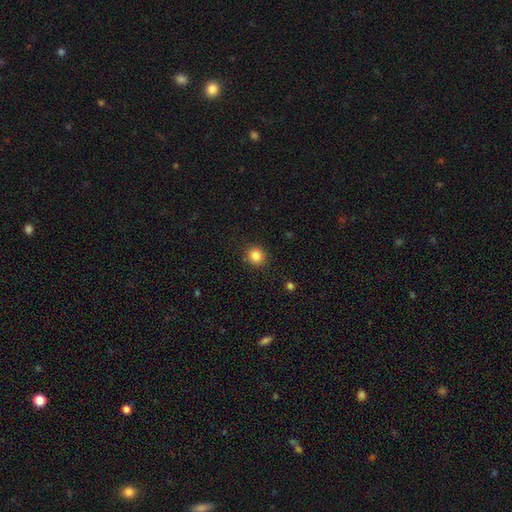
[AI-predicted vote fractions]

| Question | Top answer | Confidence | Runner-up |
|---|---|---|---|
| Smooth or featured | smooth | 85% | star or artifact (11%) |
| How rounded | round | 84% | in between (15%) |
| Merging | none | 88% | minor disturbance (8%) |